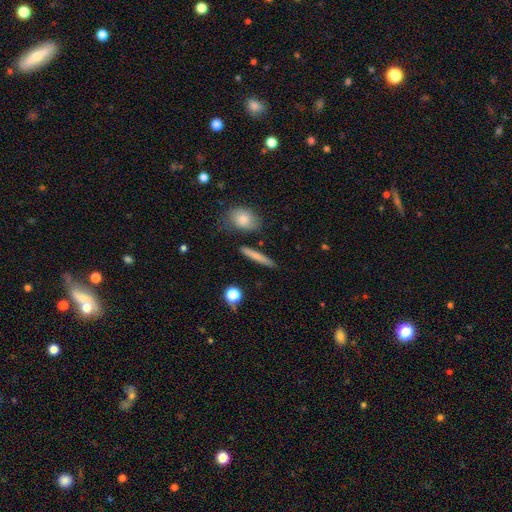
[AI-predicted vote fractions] Smooth or featured?
  - smooth: 72% *
  - featured or disk: 21%
  - star or artifact: 7%
How rounded?
  - cigar-shaped: 87% *
  - in between: 8%
  - round: 5%
Merging?
  - none: 86% *
  - minor disturbance: 9%
  - merger: 3%
  - major disturbance: 2%